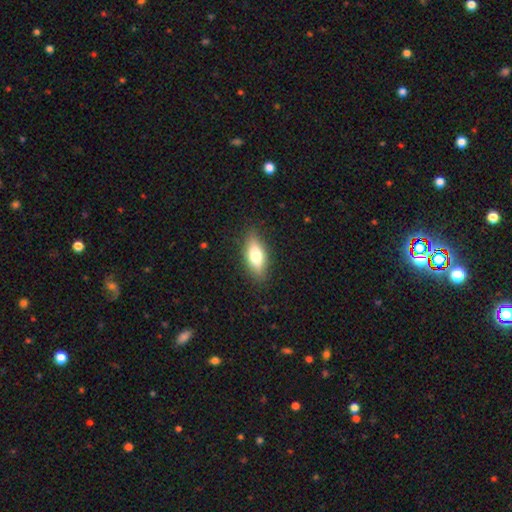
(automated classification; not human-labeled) Q: Smooth or featured?
A: smooth (67%); runner-up: featured or disk (26%)
Q: How rounded?
A: in between (74%); runner-up: cigar-shaped (22%)
Q: Merging?
A: none (86%); runner-up: minor disturbance (11%)